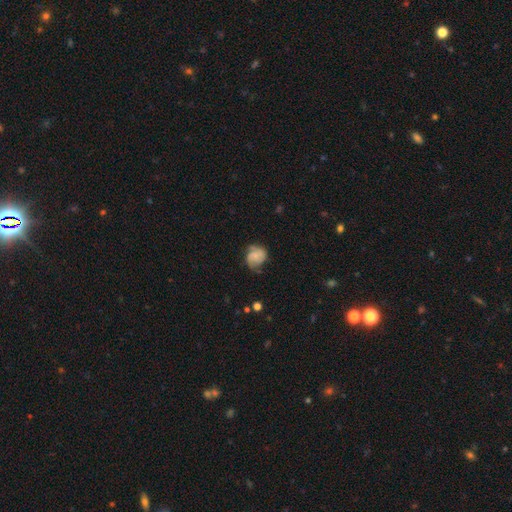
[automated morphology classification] smooth_or_featured: featured or disk (p=0.53) [alt: smooth p=0.39]
disk_edge_on: no (p=0.98) [alt: yes p=0.02]
bar: no (p=0.65) [alt: weak p=0.29]
has_spiral_arms: yes (p=0.87) [alt: no p=0.13]
bulge_size: small (p=0.52) [alt: none p=0.25]
merging: none (p=0.56) [alt: minor disturbance p=0.29]